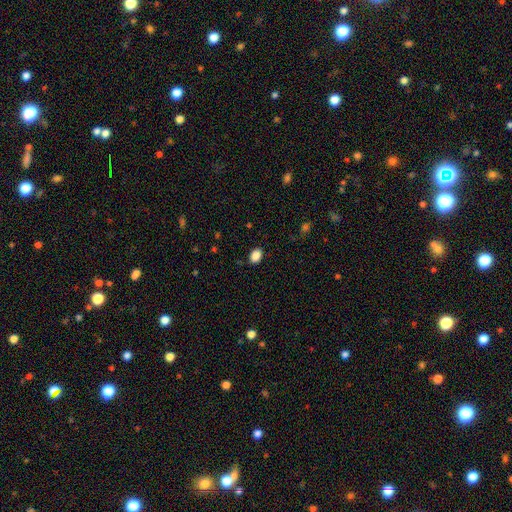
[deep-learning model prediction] Smooth or featured? smooth (88%)
How rounded? in between (78%)
Merging? none (86%)